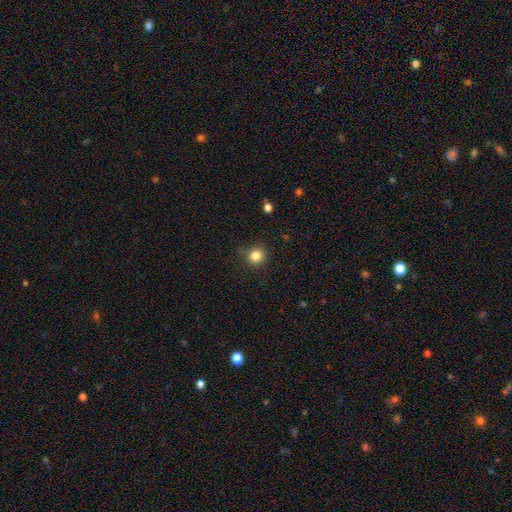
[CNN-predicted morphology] This appears to be a smooth galaxy with no disk features (84%) that is round (91%). Merging: none (84%).